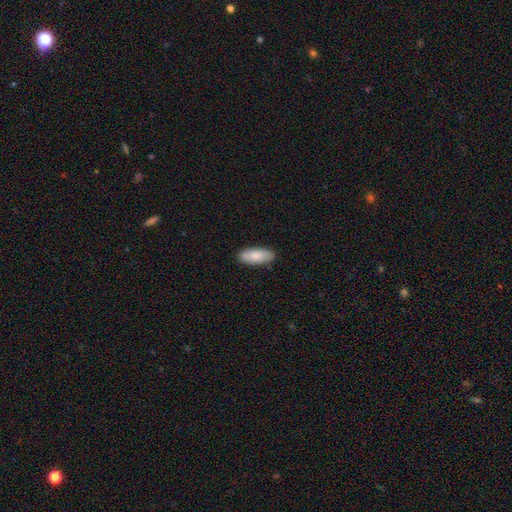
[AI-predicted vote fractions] Smooth or featured? smooth (84%)
How rounded? in between (79%)
Merging? none (88%)